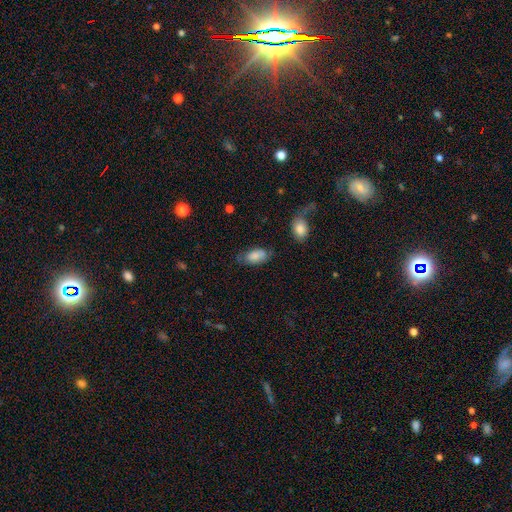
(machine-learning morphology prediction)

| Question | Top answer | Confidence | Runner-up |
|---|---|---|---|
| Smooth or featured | smooth | 79% | featured or disk (13%) |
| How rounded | in between | 92% | cigar-shaped (5%) |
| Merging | none | 60% | minor disturbance (28%) |